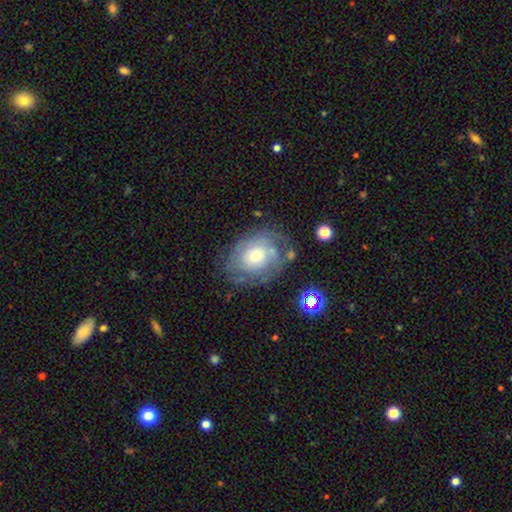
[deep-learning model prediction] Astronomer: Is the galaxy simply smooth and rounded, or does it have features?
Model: featured or disk — 67%.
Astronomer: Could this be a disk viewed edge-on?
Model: no — 96%.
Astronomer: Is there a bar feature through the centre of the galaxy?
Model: no — 80%.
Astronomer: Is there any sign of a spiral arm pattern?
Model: yes — 80%.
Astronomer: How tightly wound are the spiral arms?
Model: tight — 67%.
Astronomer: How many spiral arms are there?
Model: can't tell — 57%.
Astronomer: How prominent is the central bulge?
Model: moderate — 51% (runner-up: small, 38%).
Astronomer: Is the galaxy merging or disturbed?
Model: none — 66%.